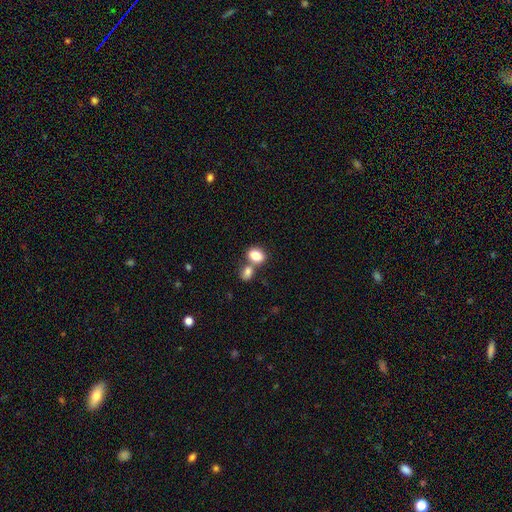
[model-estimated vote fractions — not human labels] Morphology: type=smooth (83%); roundness=in between (70%); merging=merger (45%).